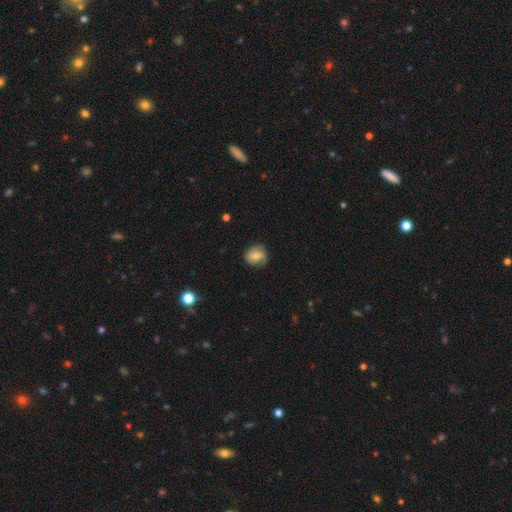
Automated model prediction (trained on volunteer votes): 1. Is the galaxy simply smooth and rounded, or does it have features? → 59% smooth, 33% featured or disk, 9% star or artifact.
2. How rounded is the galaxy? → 75% round, 24% in between, 1% cigar-shaped.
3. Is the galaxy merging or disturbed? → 74% none, 19% minor disturbance, 5% major disturbance, 1% merger.